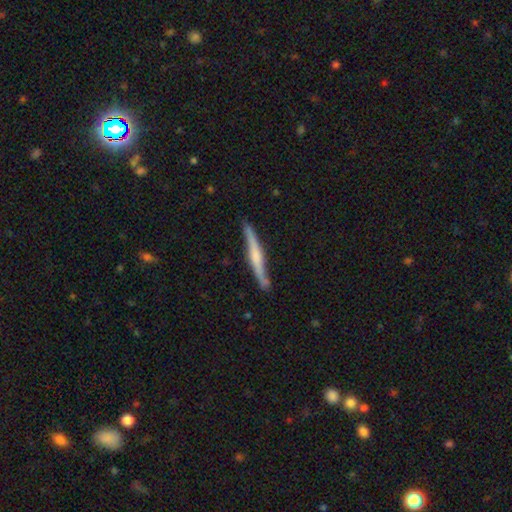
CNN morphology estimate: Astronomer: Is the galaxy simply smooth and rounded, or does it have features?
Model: featured or disk — 60%.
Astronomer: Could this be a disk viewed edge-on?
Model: yes — 94%.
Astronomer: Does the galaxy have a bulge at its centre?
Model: rounded — 49% (runner-up: none, 29%).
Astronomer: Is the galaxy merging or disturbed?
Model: none — 81%.